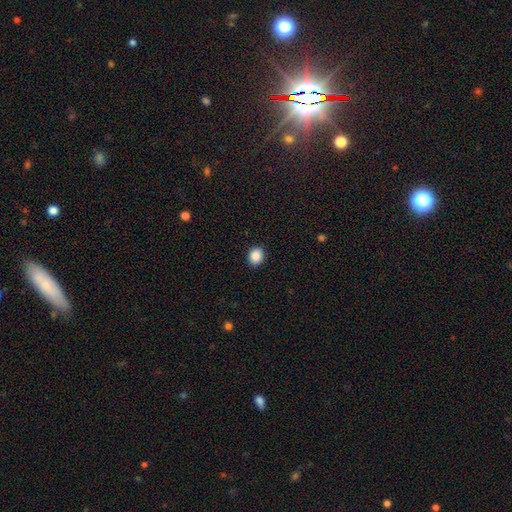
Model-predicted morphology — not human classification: smooth 89%, star or artifact 8%, featured or disk 3%. Down the decision tree: how rounded — round (57%); merging — none (91%).